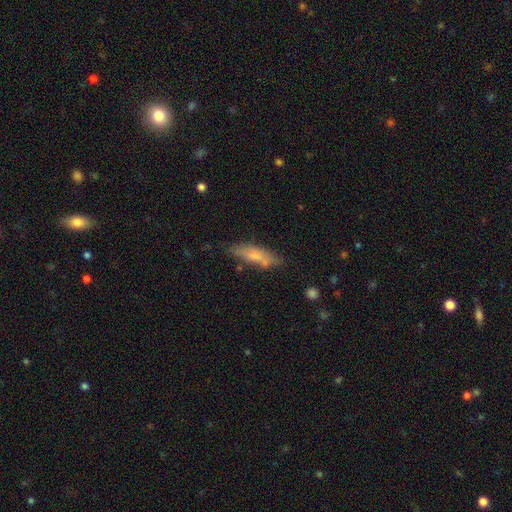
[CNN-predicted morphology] Smooth or featured? smooth (66%)
How rounded? cigar-shaped (55%)
Merging? none (66%)